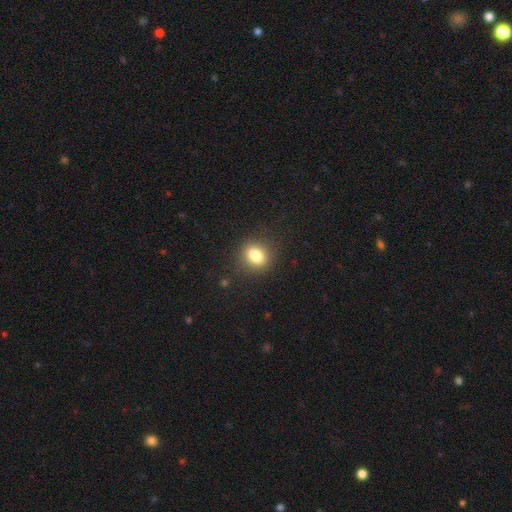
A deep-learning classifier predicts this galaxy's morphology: Smooth or featured: smooth — 81% (star or artifact — 11%)
How rounded: round — 51% (in between — 47%)
Merging: none — 87% (minor disturbance — 9%)